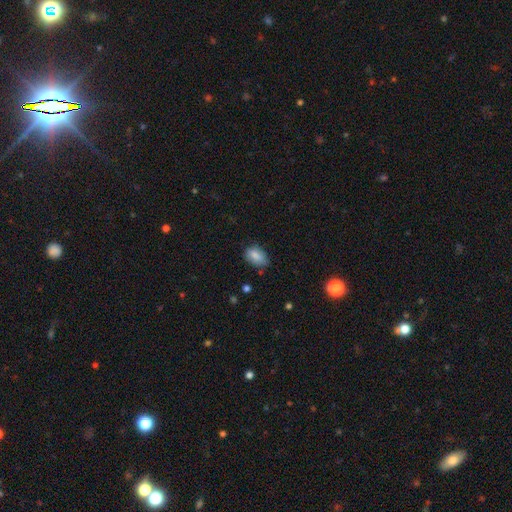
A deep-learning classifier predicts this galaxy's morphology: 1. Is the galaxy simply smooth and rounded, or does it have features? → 83% smooth, 9% featured or disk, 8% star or artifact.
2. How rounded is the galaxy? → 86% in between, 12% round, 2% cigar-shaped.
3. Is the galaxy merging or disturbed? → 68% none, 26% minor disturbance, 5% major disturbance, 2% merger.